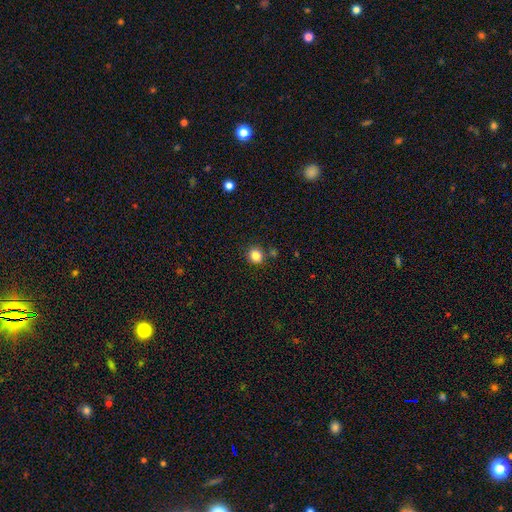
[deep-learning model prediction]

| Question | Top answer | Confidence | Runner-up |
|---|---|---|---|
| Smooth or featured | smooth | 84% | star or artifact (11%) |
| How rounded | round | 83% | in between (16%) |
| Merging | none | 83% | minor disturbance (9%) |